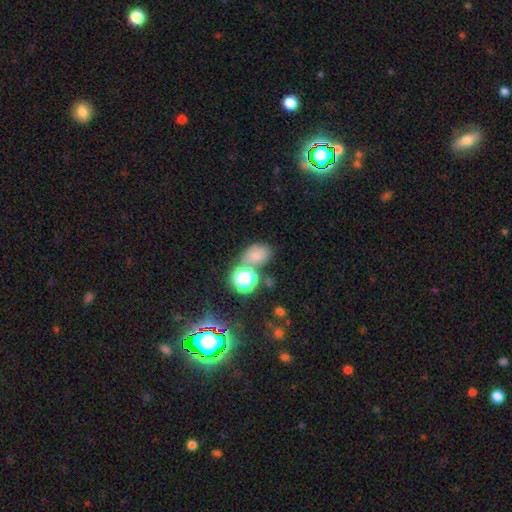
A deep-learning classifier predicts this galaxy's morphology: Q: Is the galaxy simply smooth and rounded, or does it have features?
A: smooth — 70%.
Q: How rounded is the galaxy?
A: in between — 63%.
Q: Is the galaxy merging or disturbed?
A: none — 56%.